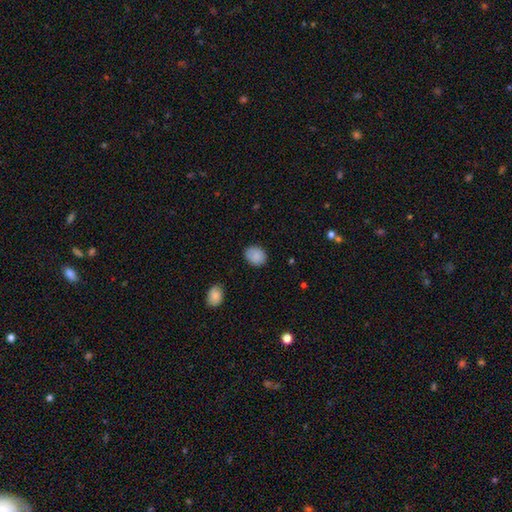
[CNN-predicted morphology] Smooth or featured: smooth — 88% (star or artifact — 8%)
How rounded: round — 50% (in between — 49%)
Merging: none — 84% (minor disturbance — 12%)